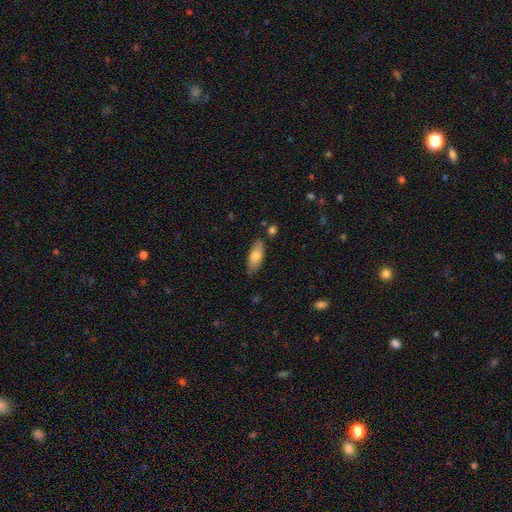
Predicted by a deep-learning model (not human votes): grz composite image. It shows a smooth galaxy with no disk features (73%) that is in between round and cigar-shaped (75%). Merging: none (76%).